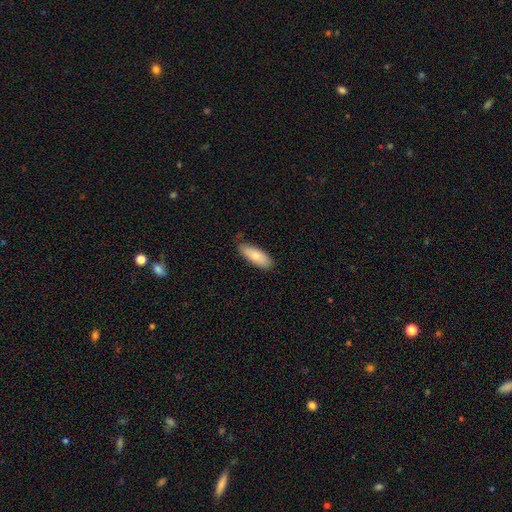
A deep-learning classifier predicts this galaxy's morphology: smooth-or-featured: smooth: 81% | featured or disk: 13% | star or artifact: 6%
  how-rounded: in between: 69% | cigar-shaped: 30% | round: 2%
  merging: none: 79% | minor disturbance: 17% | major disturbance: 3% | merger: 1%